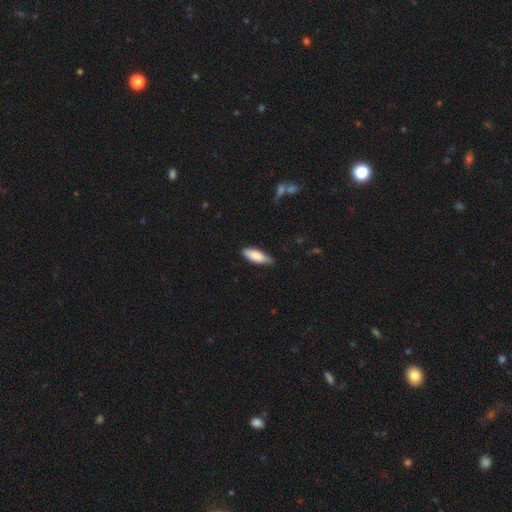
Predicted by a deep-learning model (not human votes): smooth_or_featured: smooth (p=0.82) [alt: featured or disk p=0.12]
how_rounded: in between (p=0.67) [alt: cigar-shaped p=0.32]
merging: none (p=0.72) [alt: minor disturbance p=0.23]